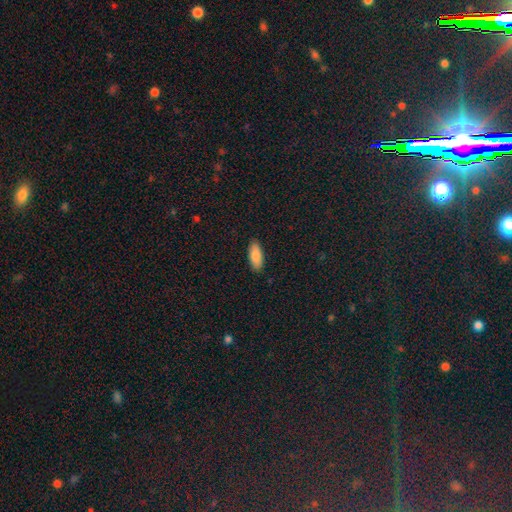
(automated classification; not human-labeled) Smooth or featured?
  - smooth: 88% *
  - featured or disk: 6%
  - star or artifact: 6%
How rounded?
  - in between: 79% *
  - cigar-shaped: 19%
  - round: 2%
Merging?
  - none: 89% *
  - minor disturbance: 8%
  - major disturbance: 2%
  - merger: 1%